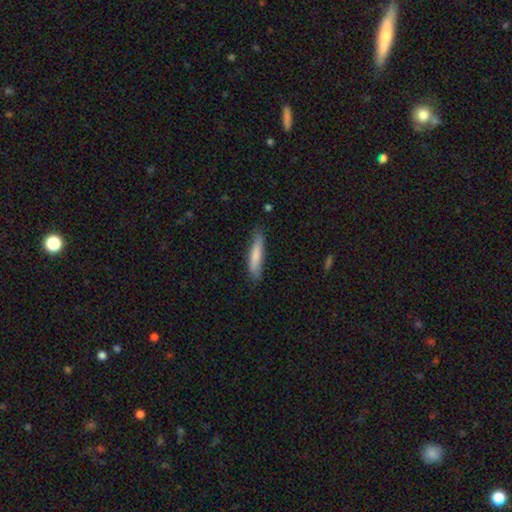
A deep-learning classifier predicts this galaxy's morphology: The model was most divided on "smooth or featured": smooth: 77%, featured or disk: 17%, star or artifact: 6%. More confident: how rounded — cigar-shaped (85%); merging — none (78%).